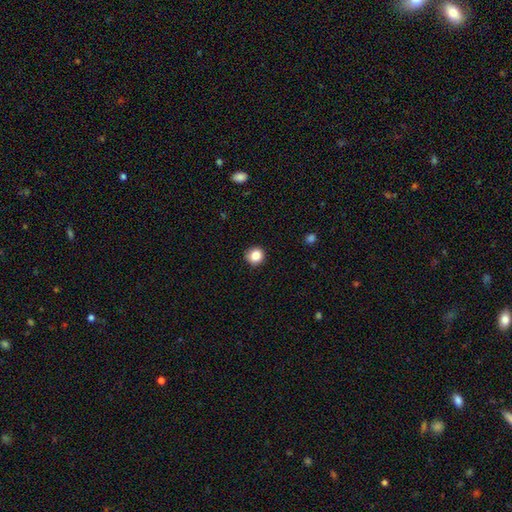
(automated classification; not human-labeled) smooth_or_featured: smooth (p=0.85) [alt: star or artifact p=0.11]
how_rounded: round (p=0.91) [alt: in between p=0.08]
merging: none (p=0.89) [alt: minor disturbance p=0.08]